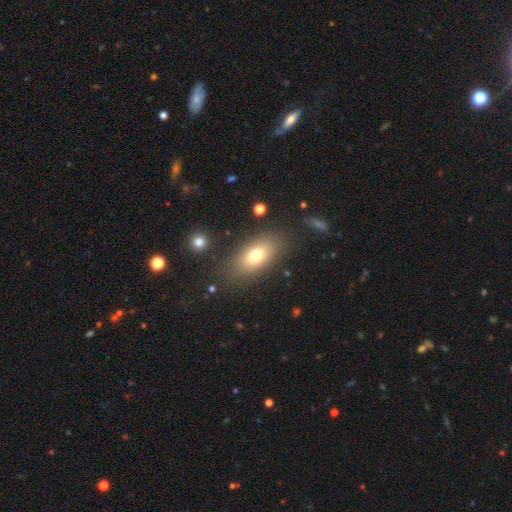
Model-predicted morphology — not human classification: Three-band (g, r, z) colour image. It shows a smooth galaxy with no disk features (72%) that is in between round and cigar-shaped (84%). Merging: none (81%).